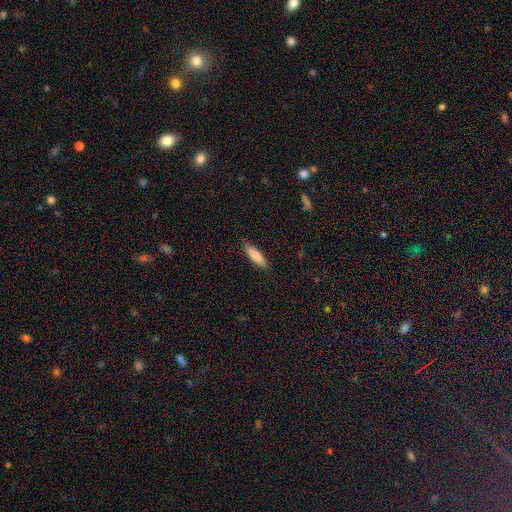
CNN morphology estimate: This appears to be a smooth galaxy with no disk features (83%) that is cigar-shaped (58%). Merging: none (86%).